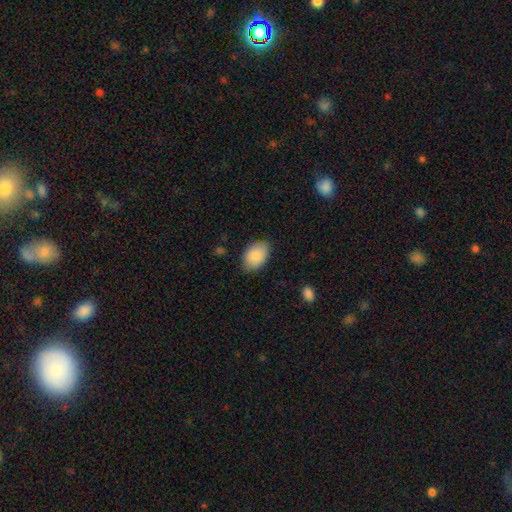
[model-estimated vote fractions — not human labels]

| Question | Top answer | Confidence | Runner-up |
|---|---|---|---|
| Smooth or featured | smooth | 88% | star or artifact (6%) |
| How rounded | in between | 88% | round (11%) |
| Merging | none | 82% | minor disturbance (14%) |